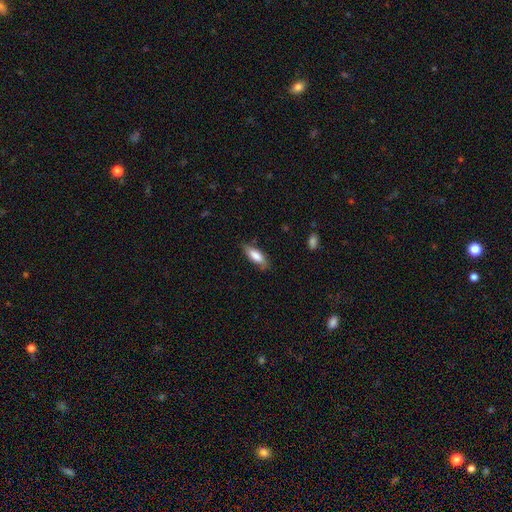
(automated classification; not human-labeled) Smooth or featured?
  - smooth: 77% *
  - featured or disk: 17%
  - star or artifact: 6%
How rounded?
  - in between: 66% *
  - cigar-shaped: 32%
  - round: 2%
Merging?
  - none: 74% *
  - minor disturbance: 20%
  - major disturbance: 4%
  - merger: 1%